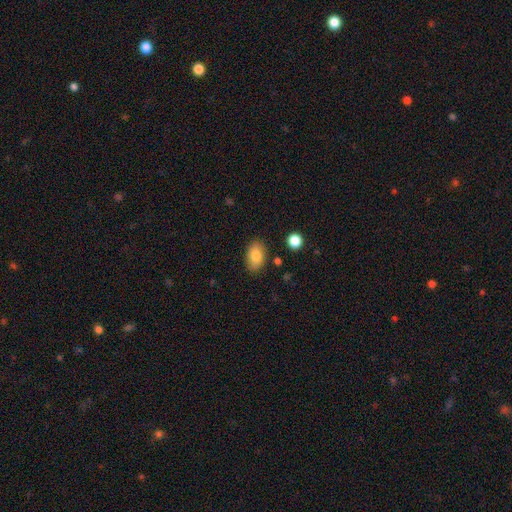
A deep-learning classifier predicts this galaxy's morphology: Smooth or featured: smooth — 83% (featured or disk — 9%)
How rounded: in between — 90% (round — 8%)
Merging: none — 84% (minor disturbance — 11%)